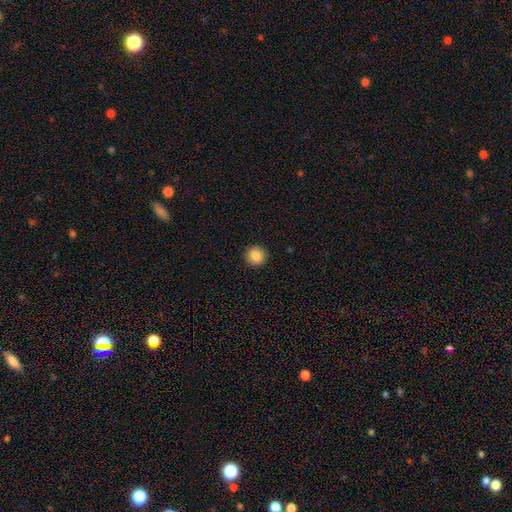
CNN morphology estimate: A smooth galaxy with no disk features (87%) that is round (93%).

Vote fractions:
- Smooth or featured? smooth: 87% / star or artifact: 9% / featured or disk: 4%
- How rounded? round: 93% / in between: 7% / cigar-shaped: 1%
- Merging? none: 92% / minor disturbance: 5% / major disturbance: 2% / merger: 1%